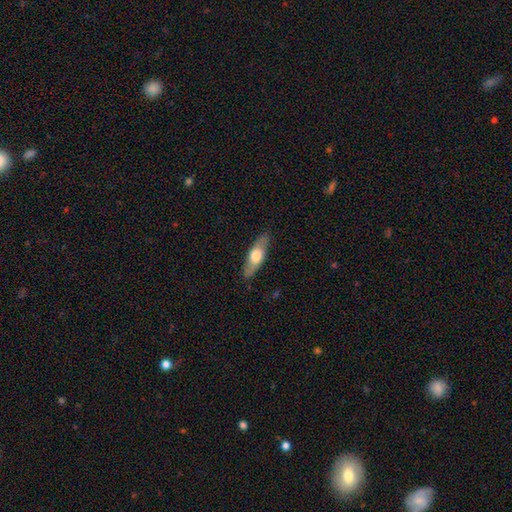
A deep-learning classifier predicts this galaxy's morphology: A smooth galaxy with no disk features (52%) that is cigar-shaped (50%). Merging: none (86%).